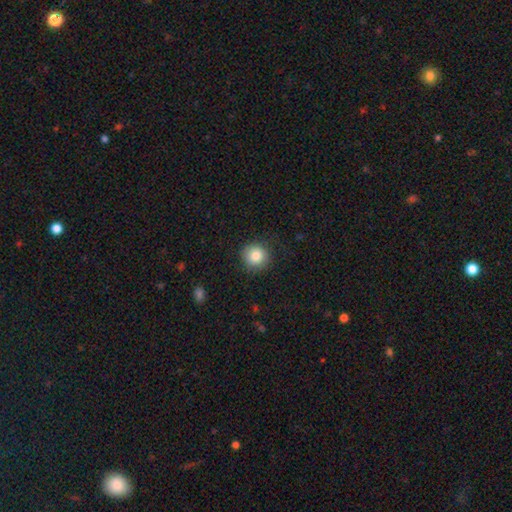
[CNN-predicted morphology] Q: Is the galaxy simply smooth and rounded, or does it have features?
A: smooth — 84%.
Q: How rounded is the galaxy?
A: round — 92%.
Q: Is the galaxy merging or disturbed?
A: none — 85%.